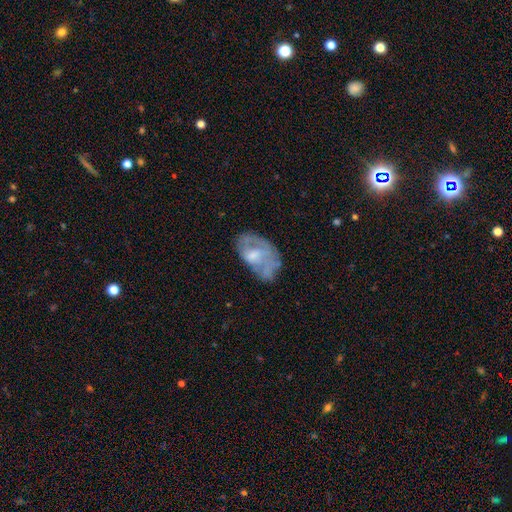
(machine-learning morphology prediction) This is possibly a featured or disk galaxy (53%). It is clearly not viewed edge-on (95%). Bar: likely no (68%). Spiral arm pattern: likely no (66%). Central bulge: marginally moderate (42%). Merging: marginally none (42%).